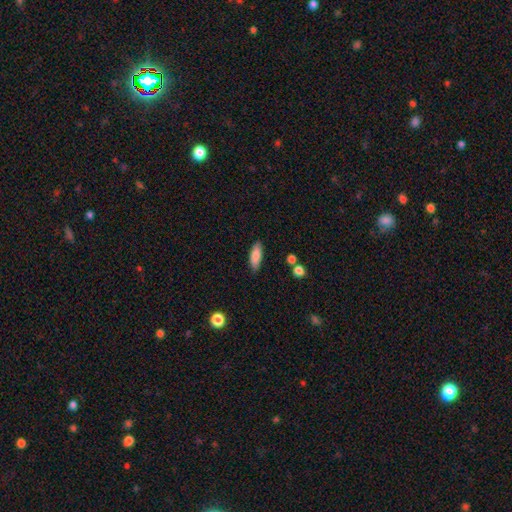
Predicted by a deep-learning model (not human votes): The model was most divided on "how rounded": in between: 64%, cigar-shaped: 34%, round: 2%. More confident: merging — none (85%); smooth or featured — smooth (84%).